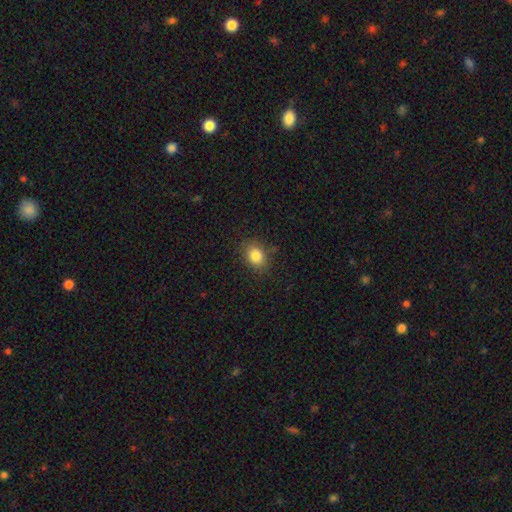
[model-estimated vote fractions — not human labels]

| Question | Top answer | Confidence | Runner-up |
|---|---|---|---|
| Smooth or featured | smooth | 84% | star or artifact (10%) |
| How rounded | in between | 56% | round (43%) |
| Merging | none | 81% | minor disturbance (13%) |